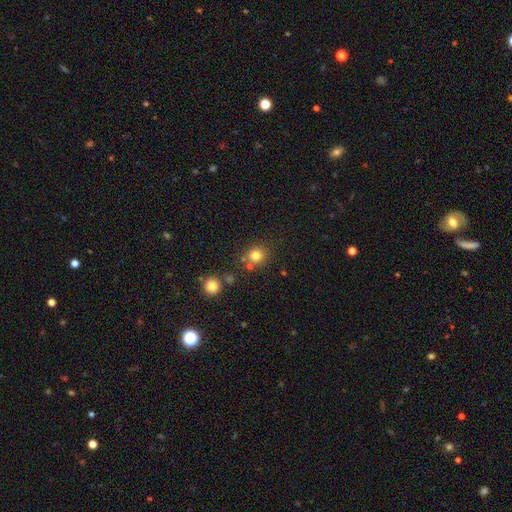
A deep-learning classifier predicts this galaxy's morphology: Smooth or featured? Predicted: smooth (p=0.79). How rounded? Predicted: round (p=0.88). Merging? Predicted: none (p=0.74).